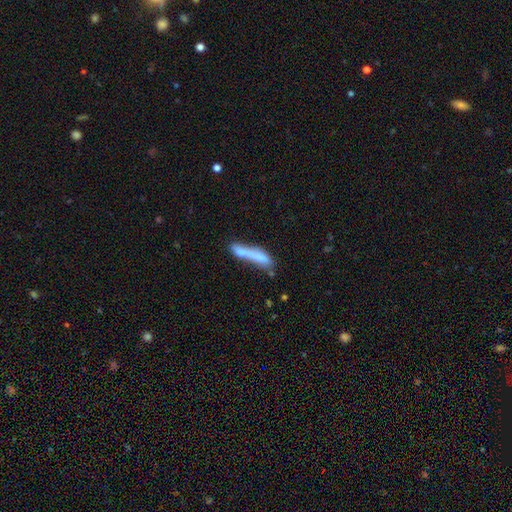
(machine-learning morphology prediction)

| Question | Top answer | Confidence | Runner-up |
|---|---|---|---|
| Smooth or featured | smooth | 64% | featured or disk (27%) |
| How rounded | cigar-shaped | 82% | in between (16%) |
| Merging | merger | 38% | none (32%) |